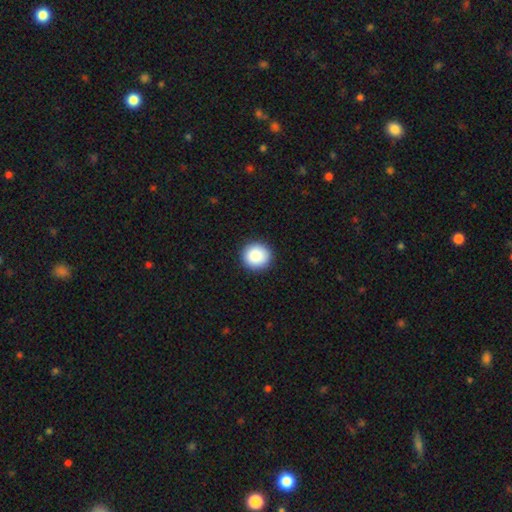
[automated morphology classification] A smooth galaxy with no disk features (88%) that is round (94%). Merging: none (93%).